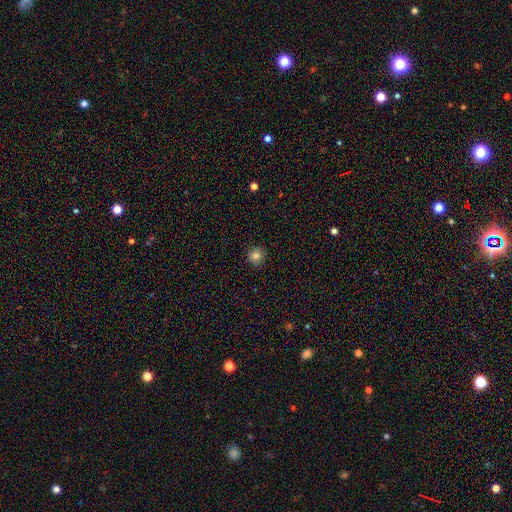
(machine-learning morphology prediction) smooth 82%, star or artifact 12%, featured or disk 6%. Down the decision tree: how rounded — round (94%); merging — none (90%).